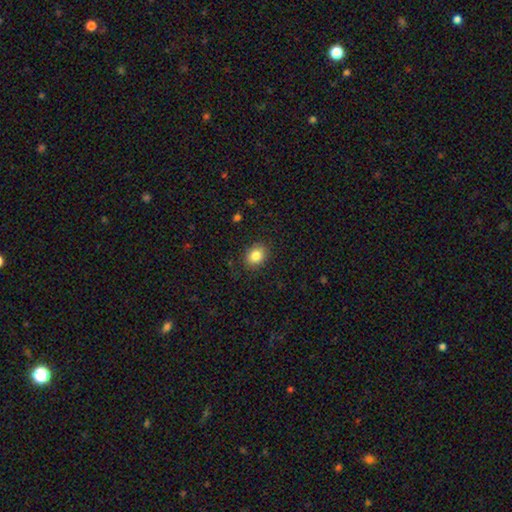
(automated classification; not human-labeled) Smooth or featured? smooth (84%)
How rounded? round (52%)
Merging? none (87%)